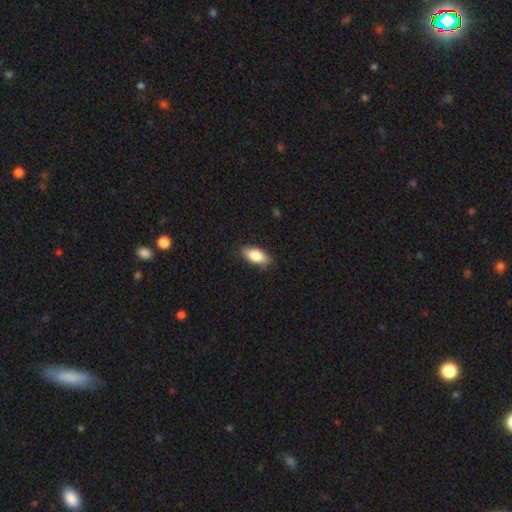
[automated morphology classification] Smooth or featured? smooth (79%)
How rounded? in between (86%)
Merging? none (84%)